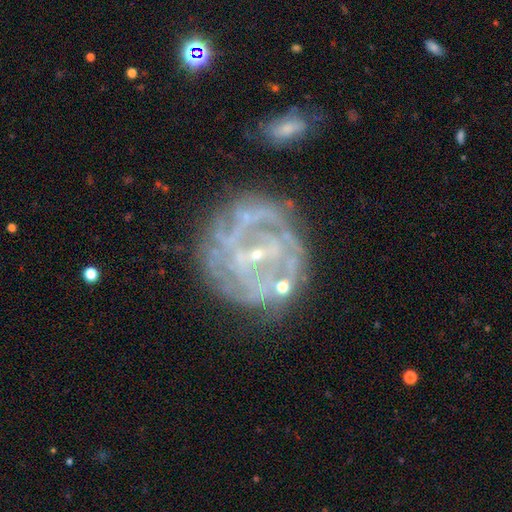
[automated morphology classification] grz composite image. It shows a featured or disk galaxy (81%) with no bar (40%), tight (65%) spiral arms (77%) and a small central bulge (82%). Merging: none (63%).